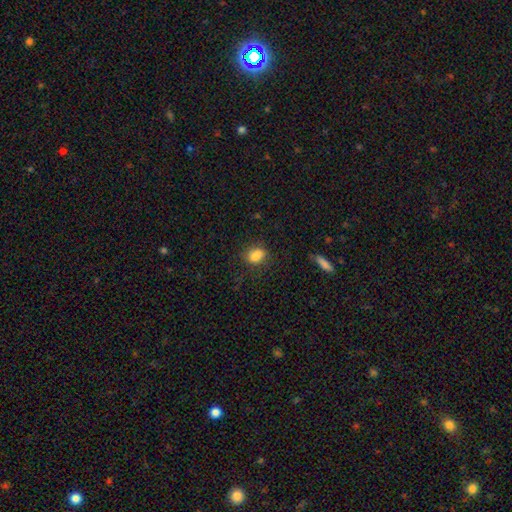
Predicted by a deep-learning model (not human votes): Morphology: type=smooth (79%); roundness=in between (63%); merging=none (60%).